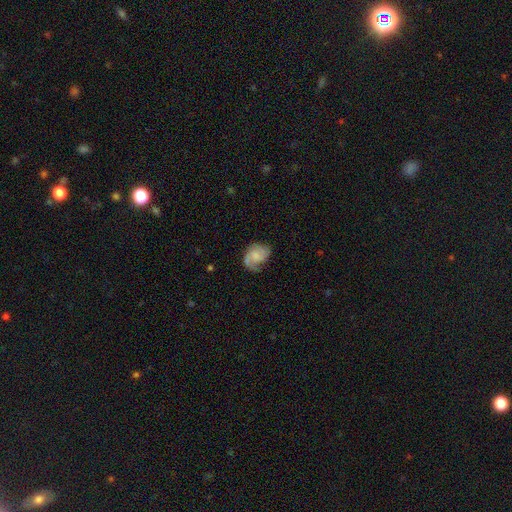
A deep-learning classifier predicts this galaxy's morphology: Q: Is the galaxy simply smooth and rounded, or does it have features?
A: featured or disk — 64%.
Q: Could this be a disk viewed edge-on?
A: no — 98%.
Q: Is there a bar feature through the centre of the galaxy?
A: no — 63%.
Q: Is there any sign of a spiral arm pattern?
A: yes — 91%.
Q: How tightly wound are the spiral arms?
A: medium — 45%.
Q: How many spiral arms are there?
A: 2 — 59%.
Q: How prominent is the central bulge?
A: none — 44%.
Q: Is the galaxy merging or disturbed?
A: none — 56%.